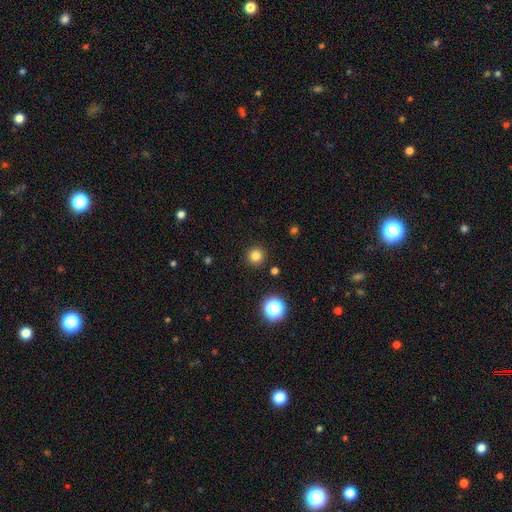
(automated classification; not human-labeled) Morphology: type=smooth (80%); roundness=round (95%); merging=none (91%).